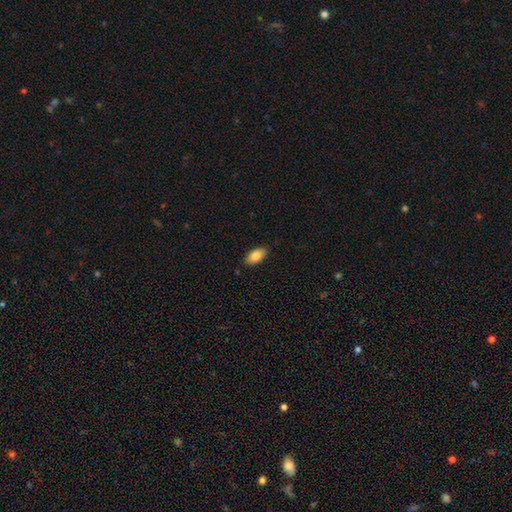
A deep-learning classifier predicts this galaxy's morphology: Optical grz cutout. It shows a smooth galaxy with no disk features (83%) that is in between round and cigar-shaped (92%). Merging: none (87%).